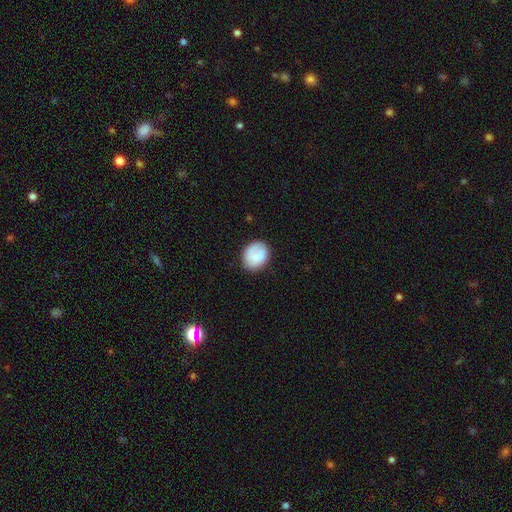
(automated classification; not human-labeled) Overall: smooth (78%). How rounded: round (55%; in between 44%). Merging: none (77%).